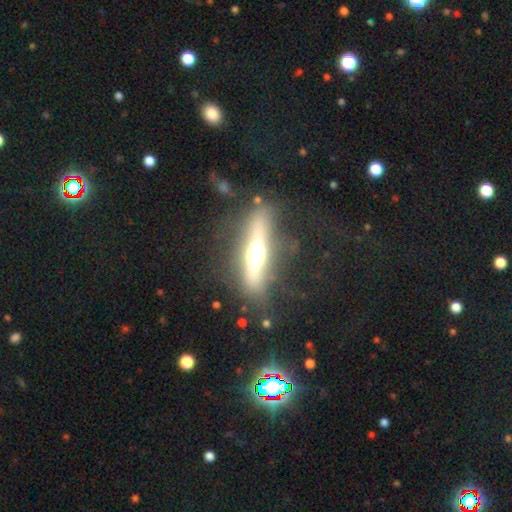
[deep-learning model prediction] The model was most divided on "smooth or featured": featured or disk: 69%, smooth: 21%, star or artifact: 11%. More confident: edge-on bulge — rounded (93%); edge-on disk — yes (84%); merging — none (75%).